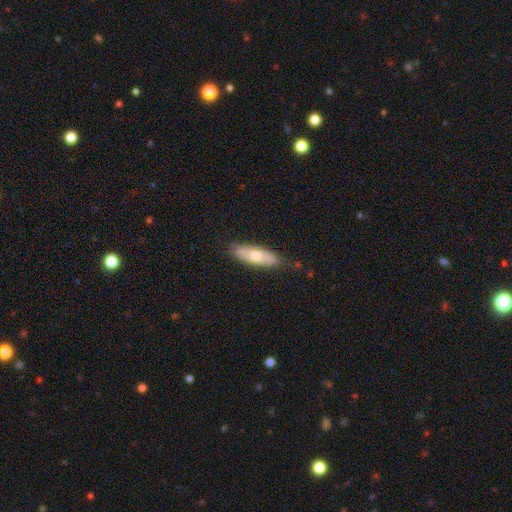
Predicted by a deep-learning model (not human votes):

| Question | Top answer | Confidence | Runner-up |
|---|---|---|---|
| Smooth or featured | smooth | 63% | featured or disk (32%) |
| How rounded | in between | 58% | cigar-shaped (40%) |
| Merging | none | 82% | minor disturbance (14%) |